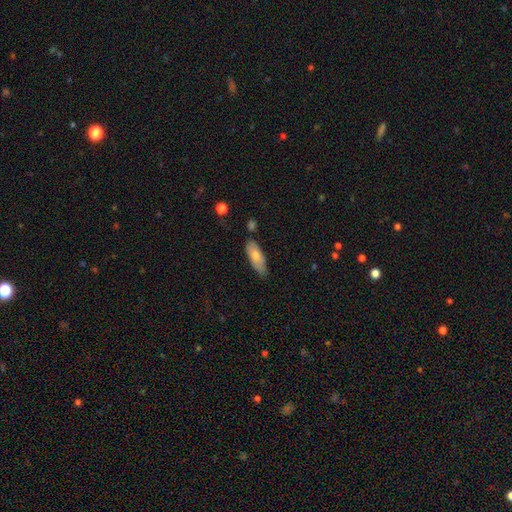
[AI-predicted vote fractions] Smooth or featured? smooth (74%)
How rounded? in between (72%)
Merging? none (68%)